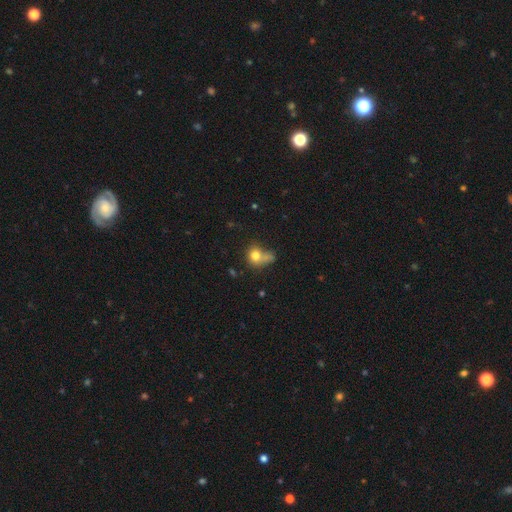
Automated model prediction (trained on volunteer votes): This is likely a smooth galaxy (75%). How rounded: likely round (68%). Merging: marginally none (36%).